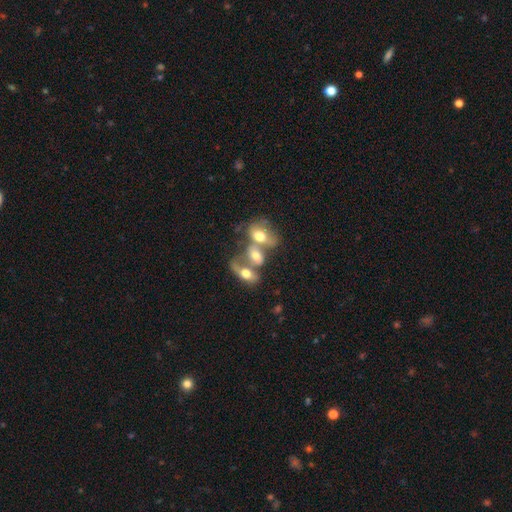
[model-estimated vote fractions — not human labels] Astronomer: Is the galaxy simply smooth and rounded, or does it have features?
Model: smooth — 55% (runner-up: featured or disk, 34%).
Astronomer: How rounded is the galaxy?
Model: in between — 82%.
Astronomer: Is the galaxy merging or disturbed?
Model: merger — 71%.